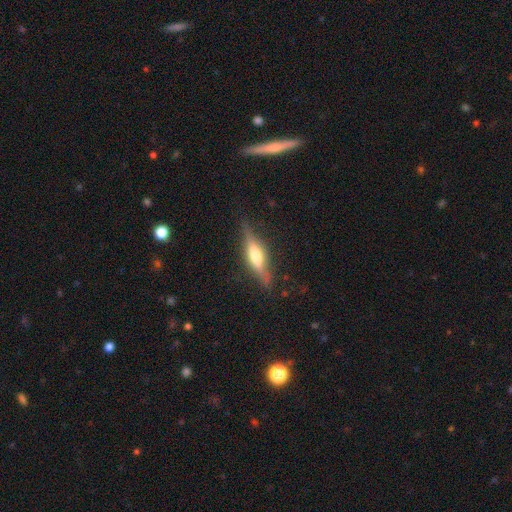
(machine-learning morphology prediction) The model was most divided on "smooth or featured": featured or disk: 62%, smooth: 31%, star or artifact: 7%. More confident: edge-on disk — yes (94%); merging — none (80%); edge-on bulge — rounded (72%).